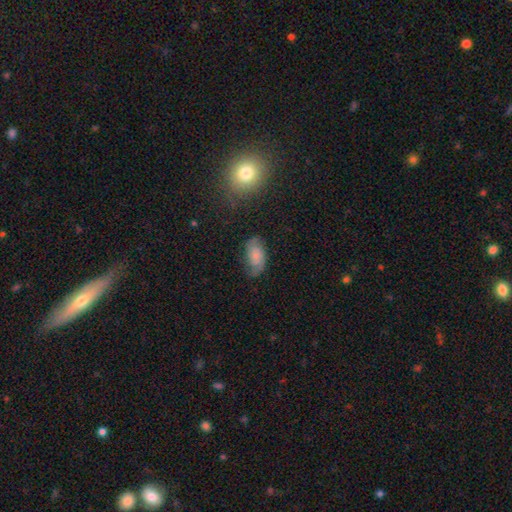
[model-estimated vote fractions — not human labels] A featured or disk galaxy (49%).

Vote fractions:
- Smooth or featured? featured or disk: 49% / smooth: 41% / star or artifact: 10%
- Merging? none: 63% / minor disturbance: 24% / major disturbance: 10% / merger: 2%